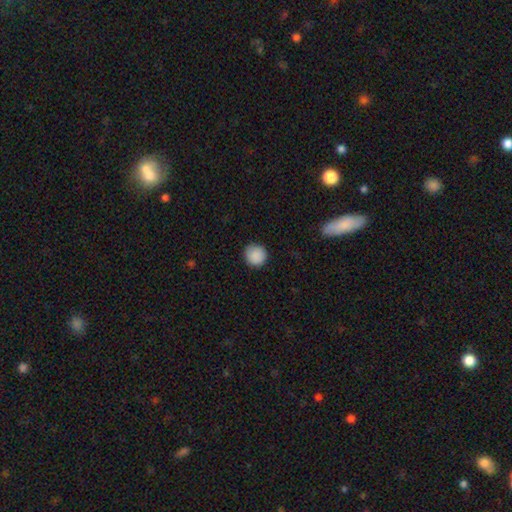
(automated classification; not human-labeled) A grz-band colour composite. It shows a smooth galaxy with no disk features (89%) that is round (95%). Merging: none (89%).